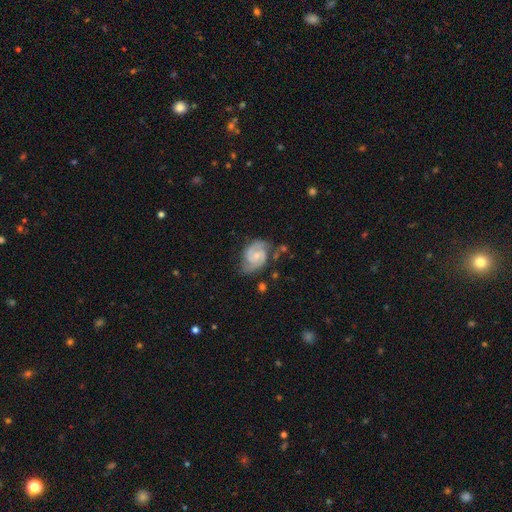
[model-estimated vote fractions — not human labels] This appears to be a featured or disk galaxy (85%) with no bar (46%), 2 (89%) medium (51%) spiral arms (97%) and a small central bulge (57%). Merging: none (68%).